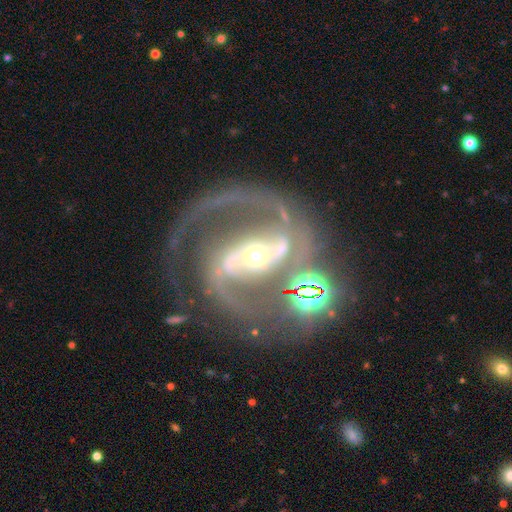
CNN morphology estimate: A featured or disk galaxy (91%) with a strong bar (63%), 2 (90%) medium (63%) spiral arms (98%) and a small central bulge (55%).

Vote fractions:
- Smooth or featured? featured or disk: 91% / star or artifact: 6% / smooth: 3%
- Edge-on disk? no: 97% / yes: 3%
- Bar? strong: 63% / weak: 25% / no: 12%
- Spiral arms? yes: 98% / no: 2%
- Spiral winding? medium: 63% / tight: 24% / loose: 13%
- Spiral arm count? 2: 90% / 3: 4% / can't tell: 2% / 1: 2% / 4: 1% / more than 4: 1%
- Bulge size? small: 55% / moderate: 40% / large: 3% / none: 1% / dominant: 1%
- Merging? none: 64% / minor disturbance: 15% / major disturbance: 11% / merger: 9%